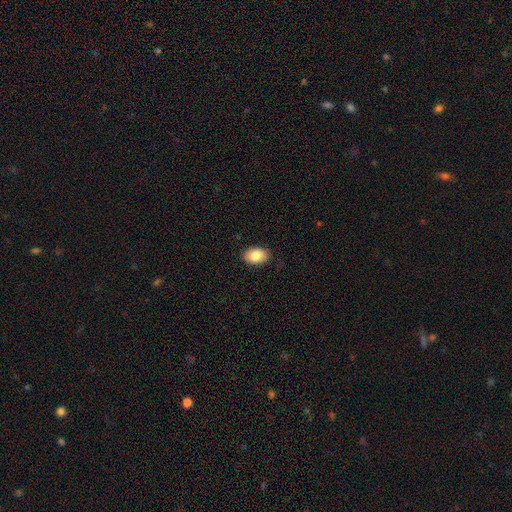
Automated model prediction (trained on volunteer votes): Smooth or featured? Predicted: smooth (p=0.84). How rounded? Predicted: in between (p=0.85). Merging? Predicted: none (p=0.87).